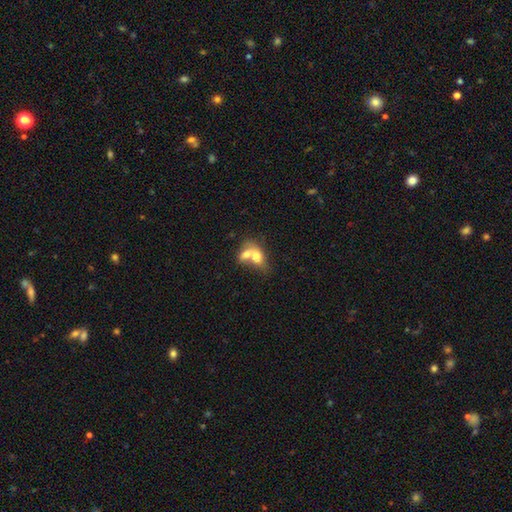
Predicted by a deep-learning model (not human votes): This is likely a smooth galaxy (69%). How rounded: likely in between (70%). Merging: likely merger (72%).